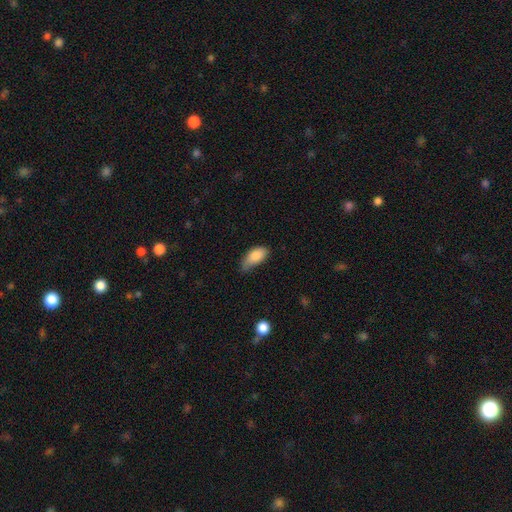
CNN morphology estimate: Overall: smooth (85%). How rounded: in between (90%). Merging: minor disturbance (47%; none 36%).